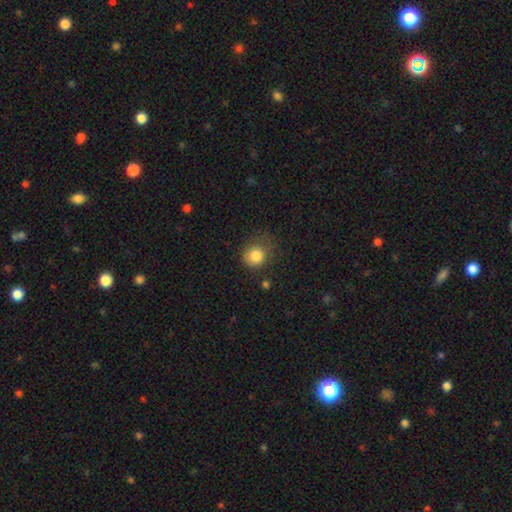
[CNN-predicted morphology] Smooth or featured? Predicted: smooth (p=0.83). How rounded? Predicted: round (p=0.82). Merging? Predicted: none (p=0.59).